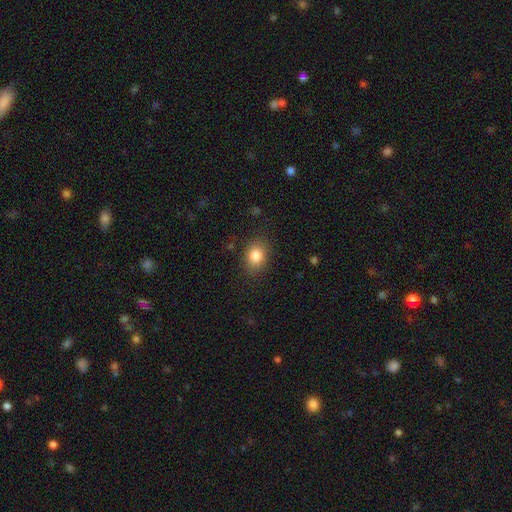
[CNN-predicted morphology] The model was most divided on "how rounded": in between: 58%, round: 41%, cigar-shaped: 1%. More confident: smooth or featured — smooth (84%); merging — none (84%).